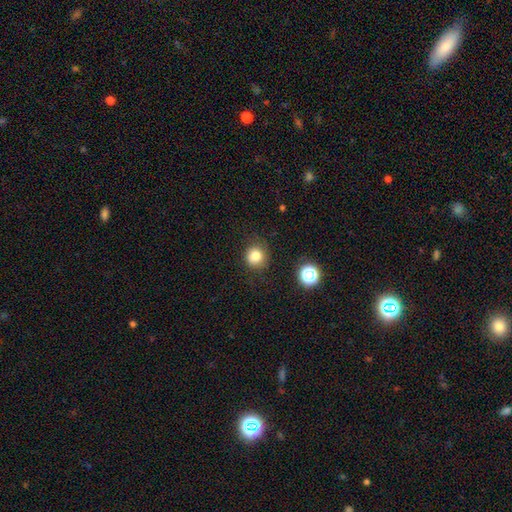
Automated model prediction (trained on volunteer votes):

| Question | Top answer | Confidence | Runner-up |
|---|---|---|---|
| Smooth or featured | smooth | 81% | star or artifact (13%) |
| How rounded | round | 88% | in between (11%) |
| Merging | none | 80% | minor disturbance (14%) |